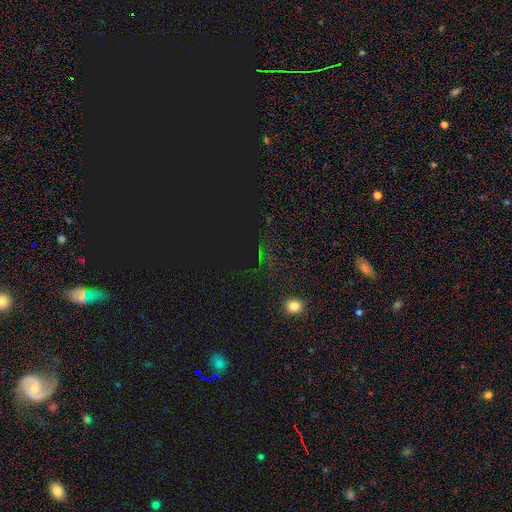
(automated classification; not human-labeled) Smooth or featured?
  - star or artifact: 80% *
  - smooth: 13%
  - featured or disk: 7%